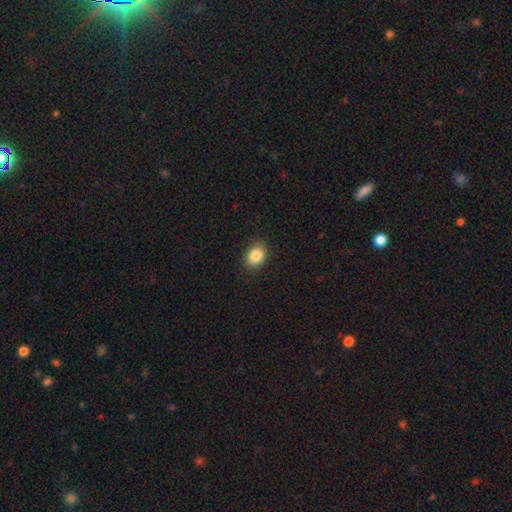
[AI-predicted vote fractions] Smooth or featured? smooth (86%)
How rounded? in between (72%)
Merging? none (87%)